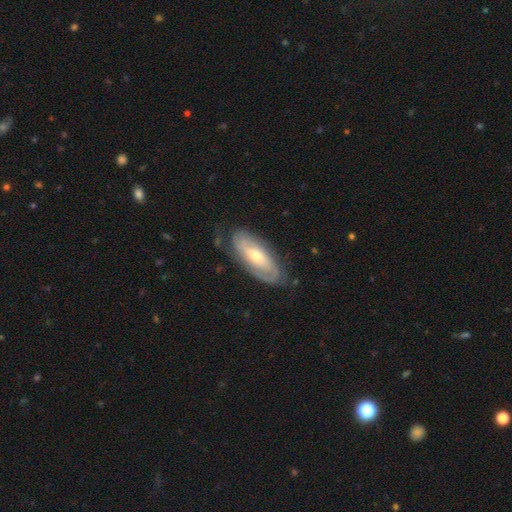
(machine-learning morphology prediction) The model was most divided on "bulge size": moderate: 56%, small: 37%, large: 4%, none: 1%, dominant: 1%. More confident: edge-on disk — no (87%); spiral arms — yes (82%); merging — none (72%); smooth or featured — featured or disk (68%); bar — no (58%).